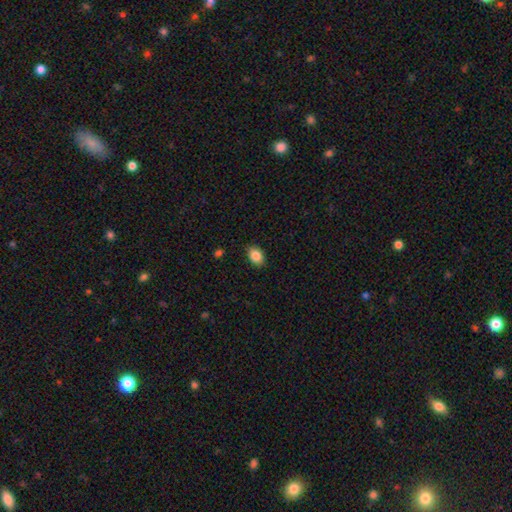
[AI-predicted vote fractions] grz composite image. It shows a smooth galaxy with no disk features (87%) that is in between round and cigar-shaped (80%). Merging: none (88%).